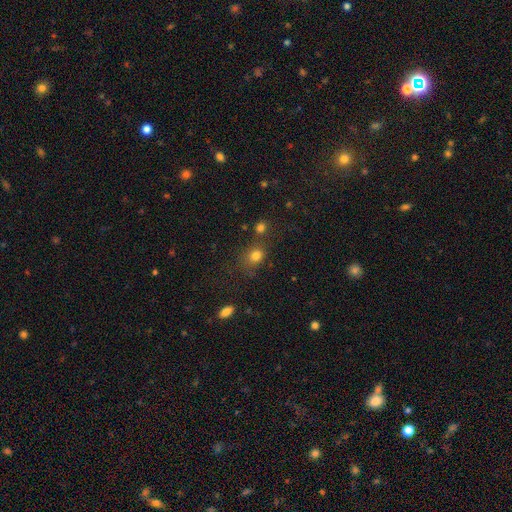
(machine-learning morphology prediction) Smooth or featured?
  - smooth: 77% *
  - star or artifact: 15%
  - featured or disk: 7%
How rounded?
  - round: 59% *
  - in between: 40%
  - cigar-shaped: 1%
Merging?
  - none: 62% *
  - minor disturbance: 16%
  - merger: 14%
  - major disturbance: 8%